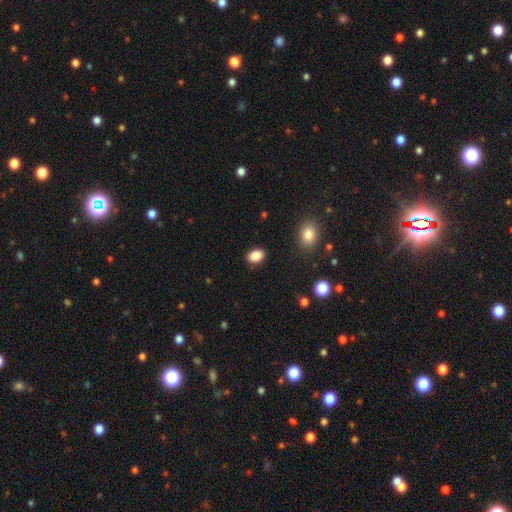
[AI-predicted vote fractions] This is clearly a smooth galaxy (88%). How rounded: clearly in between (80%). Merging: clearly none (87%).